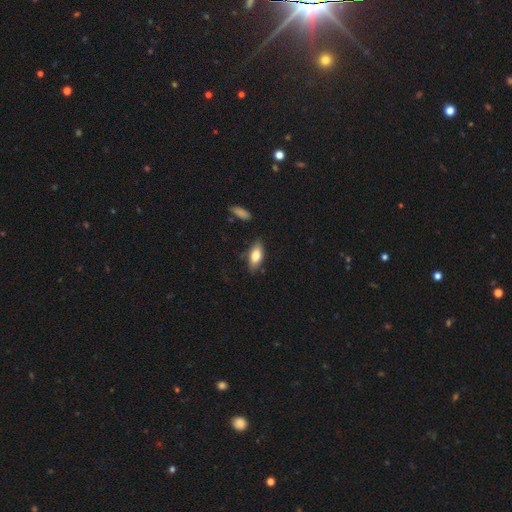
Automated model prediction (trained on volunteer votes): Q: Smooth or featured?
A: smooth (79%); runner-up: featured or disk (15%)
Q: How rounded?
A: in between (85%); runner-up: cigar-shaped (13%)
Q: Merging?
A: none (78%); runner-up: minor disturbance (17%)